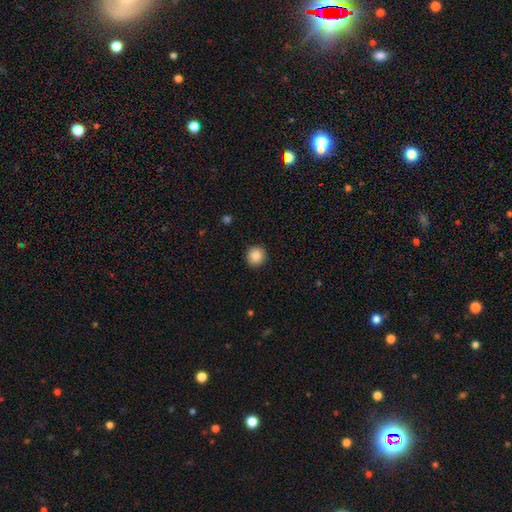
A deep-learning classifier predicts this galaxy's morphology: This appears to be a smooth galaxy with no disk features (86%) that is round (93%). Merging: none (92%).